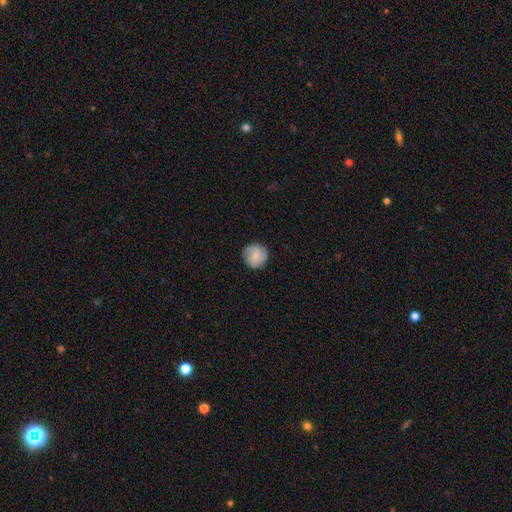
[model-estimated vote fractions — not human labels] This is likely a smooth galaxy (74%). How rounded: clearly round (94%). Merging: clearly none (86%).